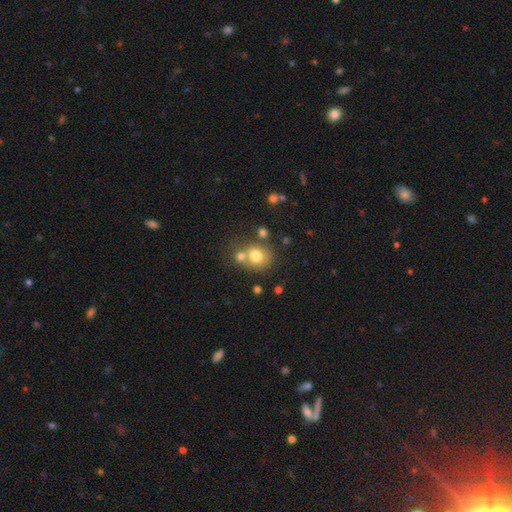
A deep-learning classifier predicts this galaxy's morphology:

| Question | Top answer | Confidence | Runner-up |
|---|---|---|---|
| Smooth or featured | smooth | 74% | featured or disk (14%) |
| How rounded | round | 73% | in between (26%) |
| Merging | none | 48% | merger (37%) |